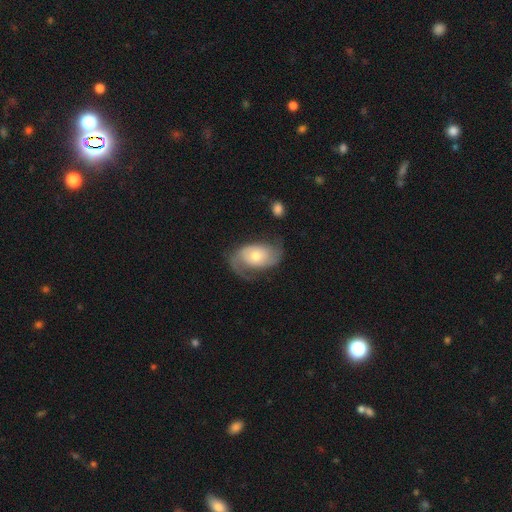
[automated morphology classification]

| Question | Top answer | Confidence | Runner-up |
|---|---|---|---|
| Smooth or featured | featured or disk | 74% | smooth (21%) |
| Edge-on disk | no | 96% | yes (4%) |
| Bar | no | 70% | weak (24%) |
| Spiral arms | yes | 90% | no (10%) |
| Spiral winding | medium | 43% | loose (32%) |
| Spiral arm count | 2 | 79% | 1 (9%) |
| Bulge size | moderate | 61% | small (30%) |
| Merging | none | 58% | minor disturbance (22%) |